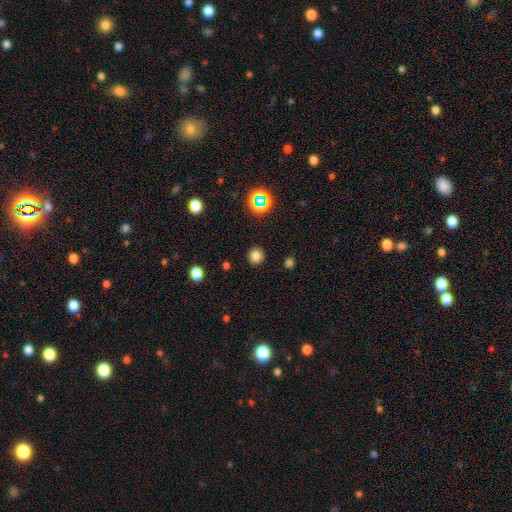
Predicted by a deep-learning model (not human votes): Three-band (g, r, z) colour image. It shows a smooth galaxy with no disk features (79%) that is round (92%). Merging: none (90%).